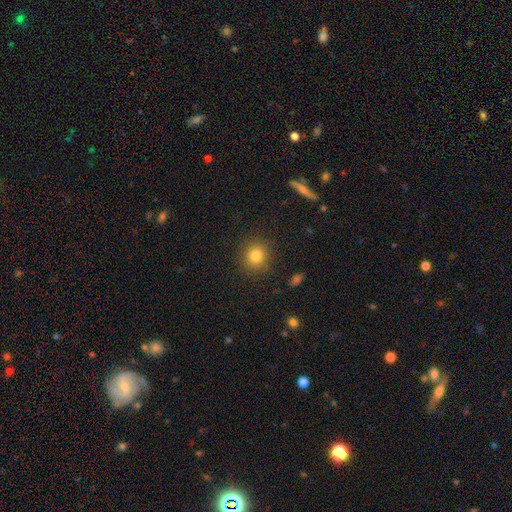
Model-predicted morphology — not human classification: The model was most divided on "smooth or featured": smooth: 82%, star or artifact: 11%, featured or disk: 6%. More confident: merging — none (88%); how rounded — round (86%).